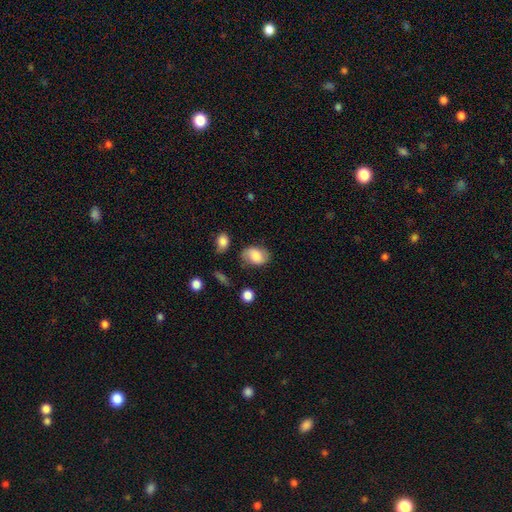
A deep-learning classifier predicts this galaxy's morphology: Smooth or featured? Predicted: smooth (p=0.72). How rounded? Predicted: in between (p=0.79). Merging? Predicted: none (p=0.65).